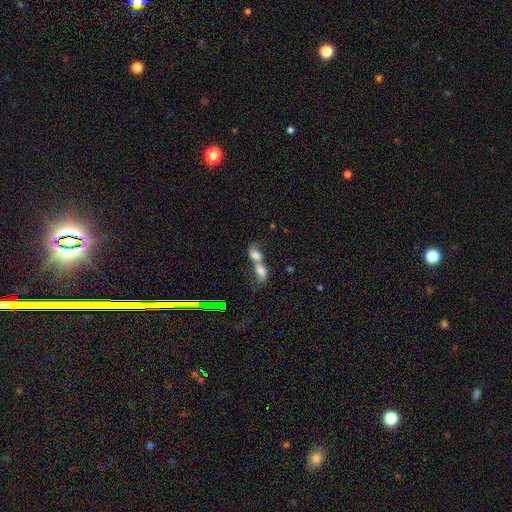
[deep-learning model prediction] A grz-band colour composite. It shows a smooth galaxy with no disk features (68%) that is in between round and cigar-shaped (75%). Merging: merger (82%).